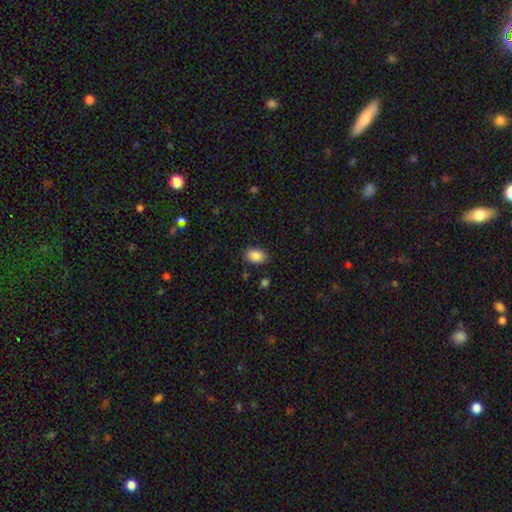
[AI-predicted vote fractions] Smooth or featured: smooth — 88% (star or artifact — 8%)
How rounded: in between — 86% (round — 13%)
Merging: none — 86% (minor disturbance — 10%)